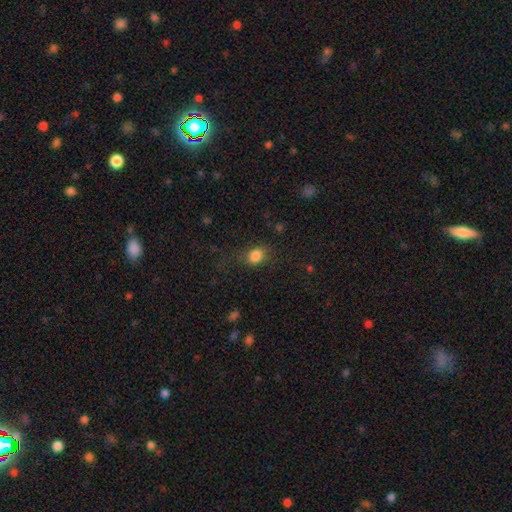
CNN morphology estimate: This is clearly a smooth galaxy (83%). How rounded: possibly in between (51%). Merging: likely none (68%).